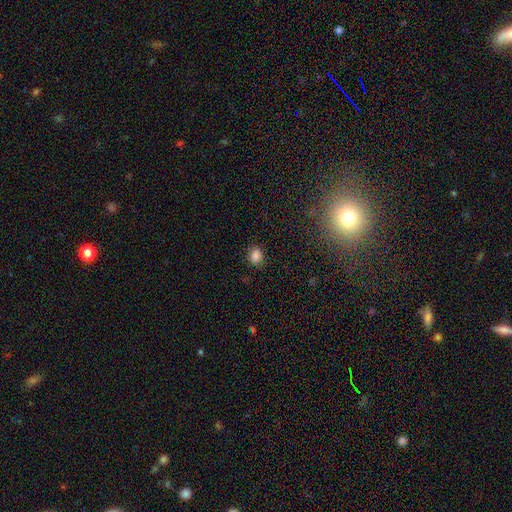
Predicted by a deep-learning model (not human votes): Q: Smooth or featured?
A: smooth (84%); runner-up: star or artifact (12%)
Q: How rounded?
A: in between (52%); runner-up: round (47%)
Q: Merging?
A: none (84%); runner-up: minor disturbance (11%)